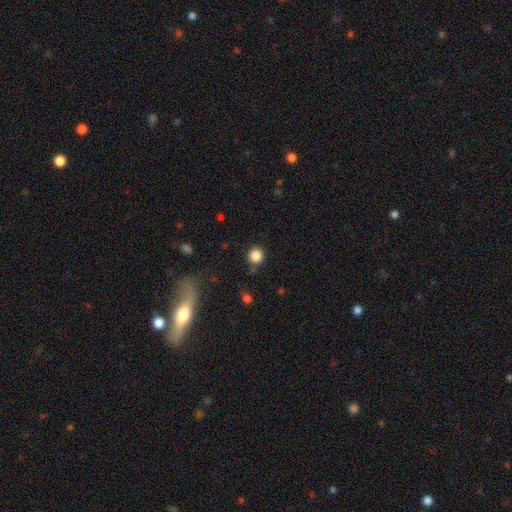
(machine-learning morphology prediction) This appears to be a smooth galaxy with no disk features (86%) that is round (93%). Merging: none (82%).